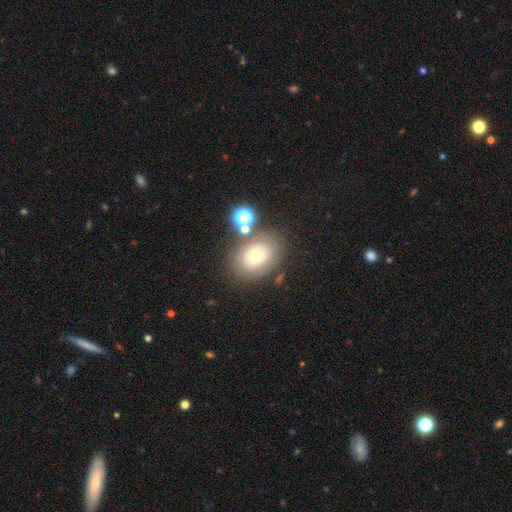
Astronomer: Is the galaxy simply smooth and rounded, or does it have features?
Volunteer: smooth — 66%.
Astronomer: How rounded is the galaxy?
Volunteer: in between — 88%.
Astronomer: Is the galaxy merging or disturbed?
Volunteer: none — 83%.